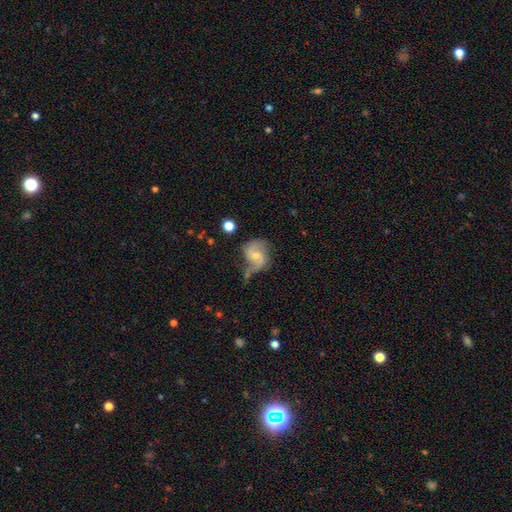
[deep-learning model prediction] This is likely a featured or disk galaxy (73%). It is clearly not viewed edge-on (97%). Bar: possibly no (50%). Spiral arm pattern: clearly yes (91%). Spiral arm count: clearly 2 (84%). Spiral winding: marginally loose (43%). Central bulge: possibly small (47%, tied with moderate). Merging: possibly none (45%).